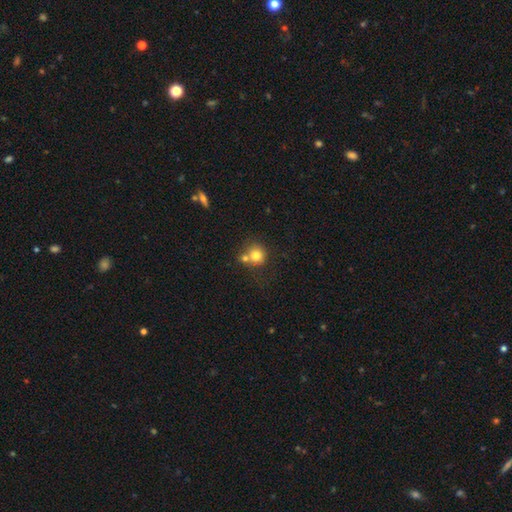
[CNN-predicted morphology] smooth_or_featured: smooth (p=0.77) [alt: featured or disk p=0.12]
how_rounded: round (p=0.87) [alt: in between p=0.12]
merging: none (p=0.50) [alt: merger p=0.36]